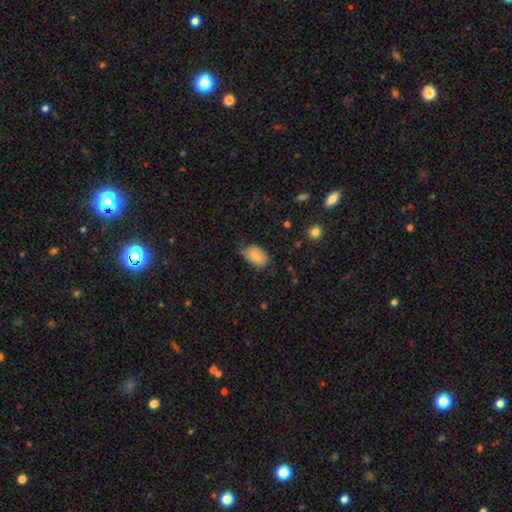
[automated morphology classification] Smooth or featured: smooth — 77% (featured or disk — 16%)
How rounded: in between — 88% (round — 10%)
Merging: none — 48% (minor disturbance — 40%)